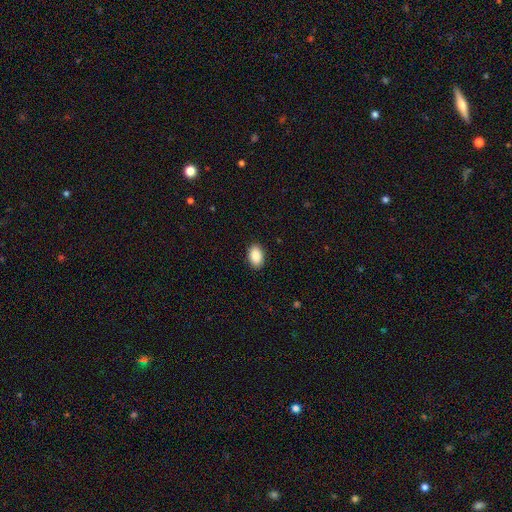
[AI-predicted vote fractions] Overall: smooth (89%). How rounded: in between (89%). Merging: none (90%).